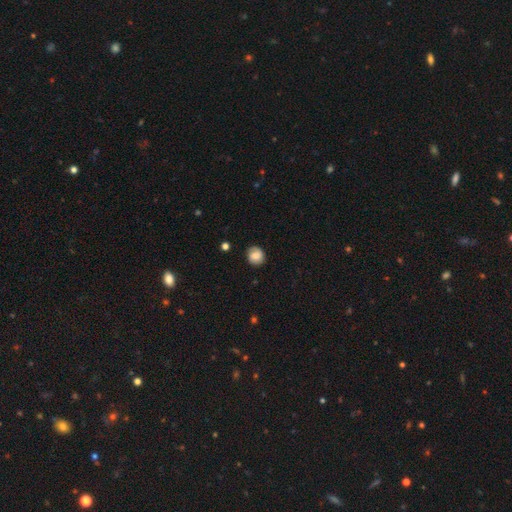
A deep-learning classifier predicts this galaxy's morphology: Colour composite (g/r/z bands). It shows a smooth galaxy with no disk features (77%) that is round (83%). Merging: none (80%).